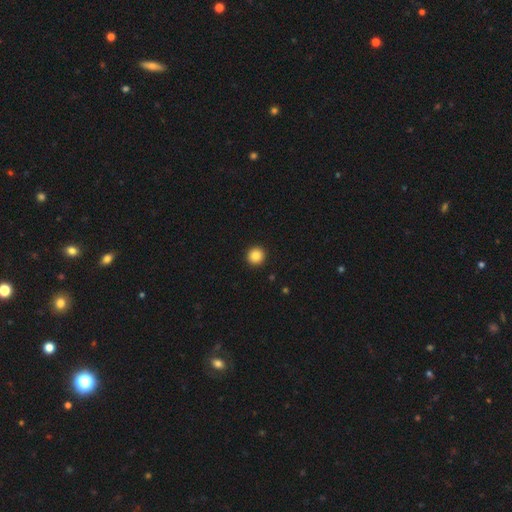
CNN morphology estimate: Smooth or featured: smooth — 86% (star or artifact — 10%)
How rounded: round — 95% (in between — 4%)
Merging: none — 94% (minor disturbance — 4%)